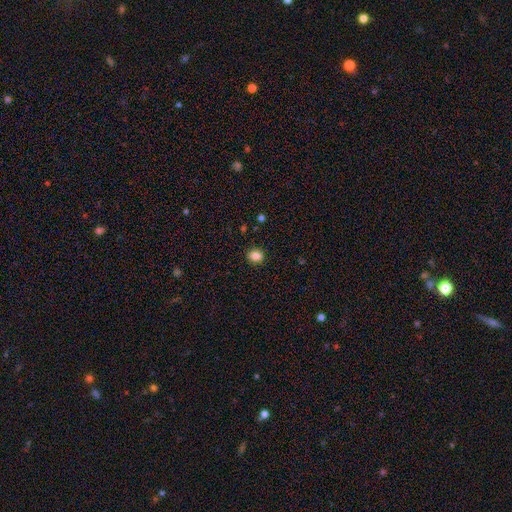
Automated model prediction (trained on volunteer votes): Overall: smooth (84%). How rounded: round (69%; in between 30%). Merging: none (90%).